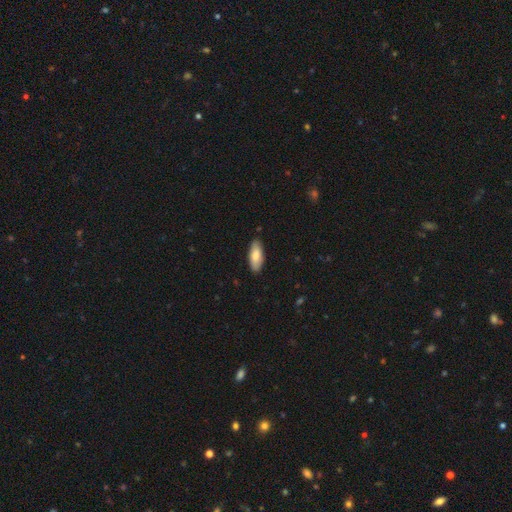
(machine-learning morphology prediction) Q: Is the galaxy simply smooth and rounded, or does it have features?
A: smooth — 79%.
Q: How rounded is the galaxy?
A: in between — 80%.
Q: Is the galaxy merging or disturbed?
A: none — 87%.